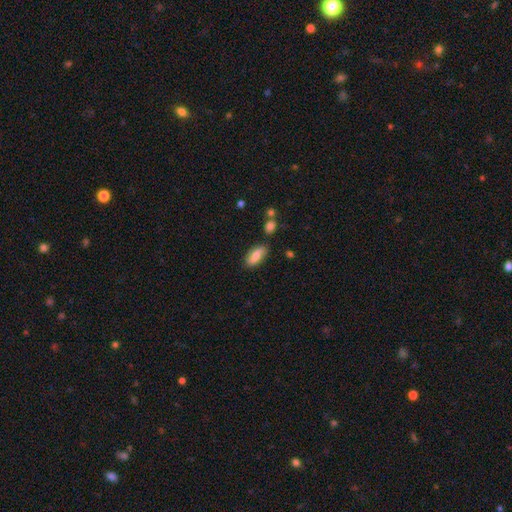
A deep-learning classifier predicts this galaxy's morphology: smooth_or_featured: smooth (p=0.65) [alt: featured or disk p=0.28]
how_rounded: in between (p=0.81) [alt: cigar-shaped p=0.15]
merging: none (p=0.75) [alt: minor disturbance p=0.17]